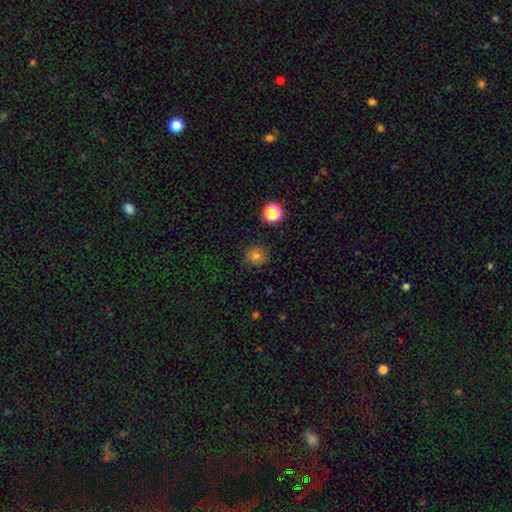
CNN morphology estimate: smooth-or-featured: smooth: 75% | star or artifact: 16% | featured or disk: 9%
  how-rounded: round: 88% | in between: 11% | cigar-shaped: 1%
  merging: none: 81% | minor disturbance: 14% | major disturbance: 3% | merger: 2%